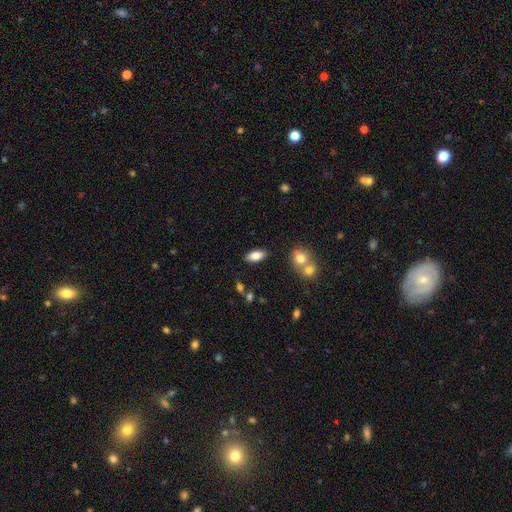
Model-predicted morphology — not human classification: Smooth or featured? Predicted: smooth (p=0.81). How rounded? Predicted: in between (p=0.90). Merging? Predicted: none (p=0.84).